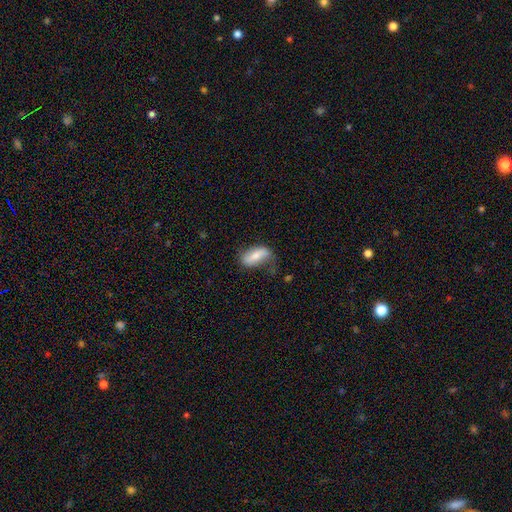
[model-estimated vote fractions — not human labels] The model was most divided on "smooth or featured": smooth: 57%, featured or disk: 36%, star or artifact: 7%. More confident: how rounded — in between (81%); merging — none (60%).